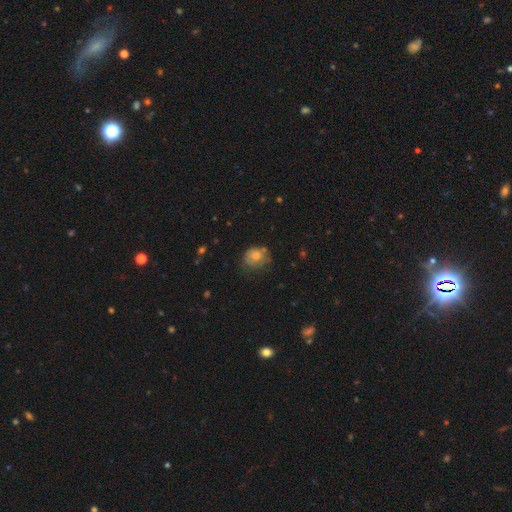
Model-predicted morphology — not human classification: The model was most divided on "merging": none: 60%, minor disturbance: 28%, major disturbance: 9%, merger: 3%. More confident: smooth or featured — smooth (68%); how rounded — round (68%).